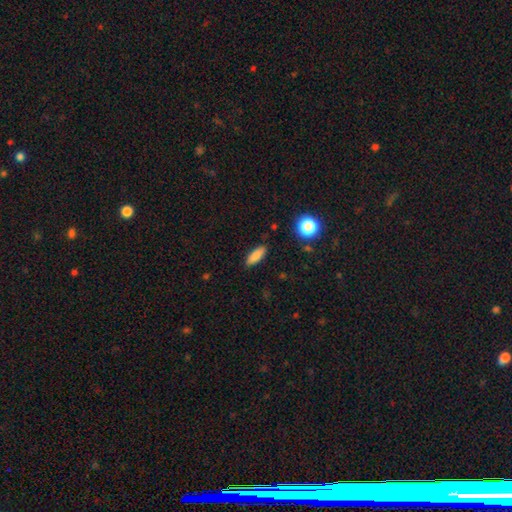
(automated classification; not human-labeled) Overall: smooth (85%). How rounded: in between (63%; cigar-shaped 34%). Merging: none (87%).